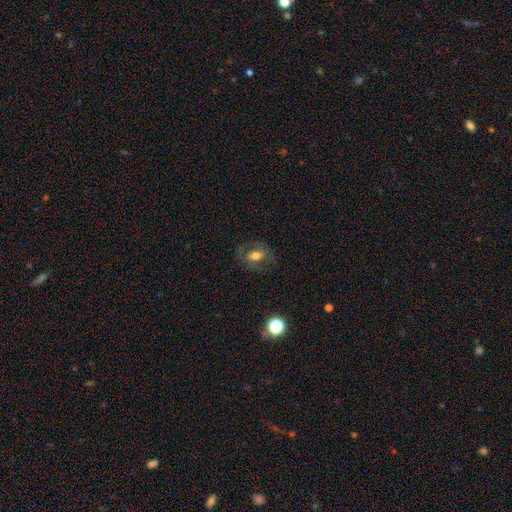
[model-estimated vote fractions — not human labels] This is possibly a smooth galaxy (46%). Merging: likely none (71%).